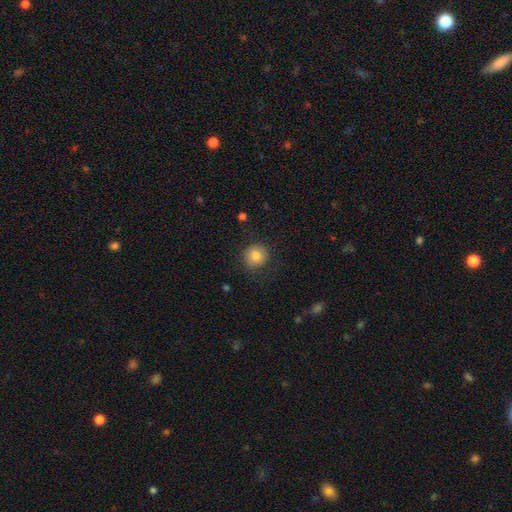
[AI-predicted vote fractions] A smooth galaxy with no disk features (81%) that is round (89%).

Vote fractions:
- Smooth or featured? smooth: 81% / featured or disk: 10% / star or artifact: 9%
- How rounded? round: 89% / in between: 10% / cigar-shaped: 1%
- Merging? none: 80% / minor disturbance: 13% / major disturbance: 6% / merger: 1%